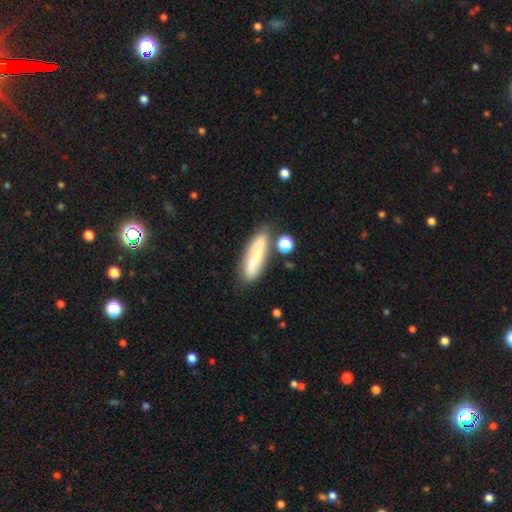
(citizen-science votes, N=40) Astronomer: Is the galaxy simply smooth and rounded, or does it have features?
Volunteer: smooth — 80%.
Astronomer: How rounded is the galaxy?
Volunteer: cigar-shaped — 84%.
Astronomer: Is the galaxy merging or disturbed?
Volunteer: none — 73%.